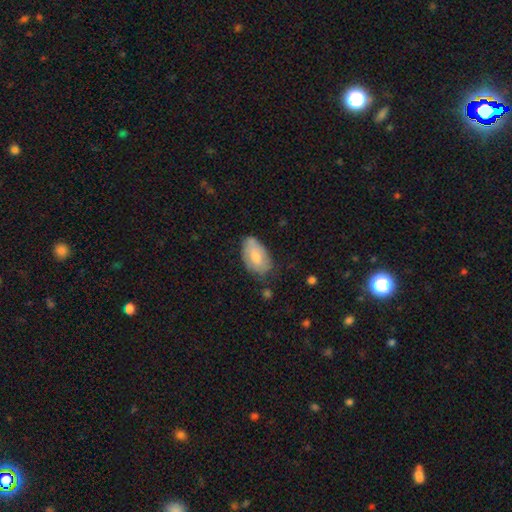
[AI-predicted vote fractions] Q: Smooth or featured?
A: smooth (73%); runner-up: featured or disk (21%)
Q: How rounded?
A: in between (94%); runner-up: round (4%)
Q: Merging?
A: none (59%); runner-up: minor disturbance (31%)